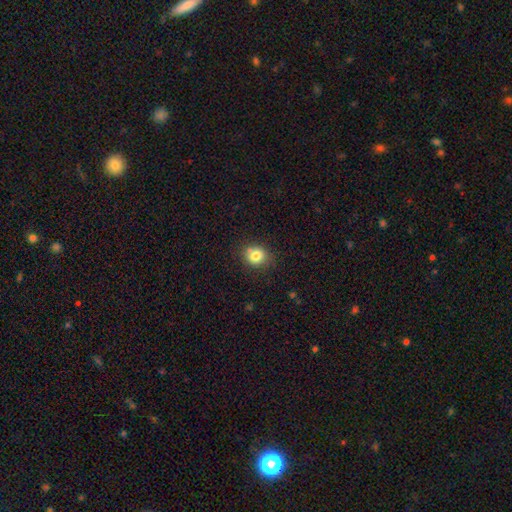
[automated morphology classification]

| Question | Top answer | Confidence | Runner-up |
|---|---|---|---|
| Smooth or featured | smooth | 81% | star or artifact (11%) |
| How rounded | round | 75% | in between (25%) |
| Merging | none | 77% | minor disturbance (14%) |